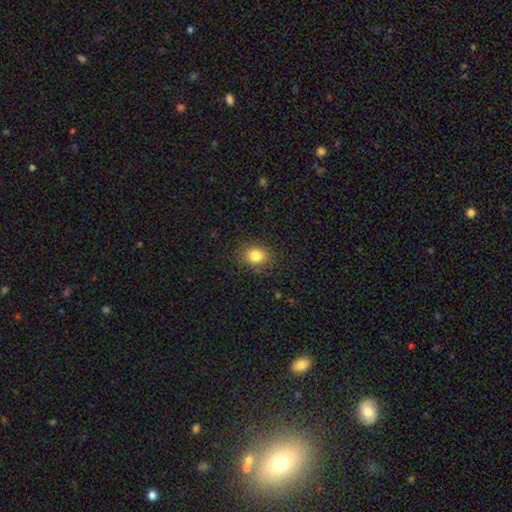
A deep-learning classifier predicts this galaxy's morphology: A smooth galaxy with no disk features (82%) that is round (54%). Merging: none (85%).